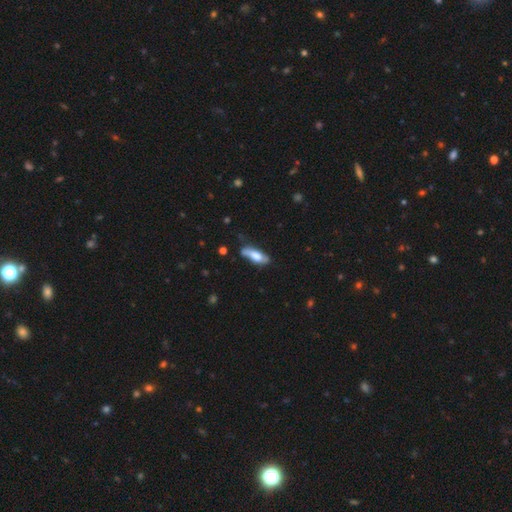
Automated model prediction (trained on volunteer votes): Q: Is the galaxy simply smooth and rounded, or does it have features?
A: smooth — 58%.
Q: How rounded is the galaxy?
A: in between — 58%.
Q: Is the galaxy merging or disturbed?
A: none — 63%.